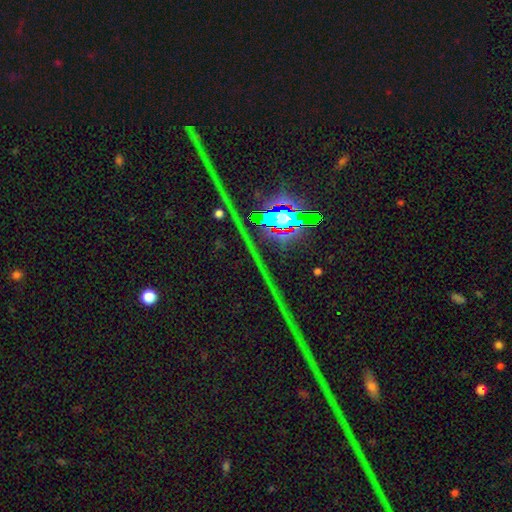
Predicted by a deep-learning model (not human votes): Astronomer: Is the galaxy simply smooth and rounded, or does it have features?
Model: star or artifact — 79%.